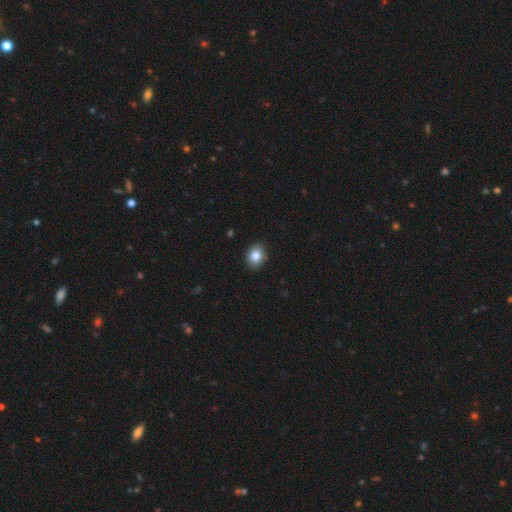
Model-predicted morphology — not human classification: A smooth galaxy with no disk features (84%) that is in between round and cigar-shaped (52%). Merging: none (89%).